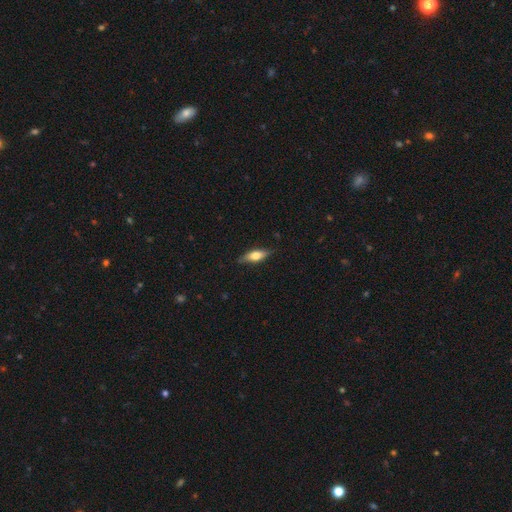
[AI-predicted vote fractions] smooth_or_featured: smooth (p=0.59) [alt: featured or disk p=0.35]
how_rounded: in between (p=0.59) [alt: cigar-shaped p=0.38]
merging: none (p=0.82) [alt: minor disturbance p=0.14]